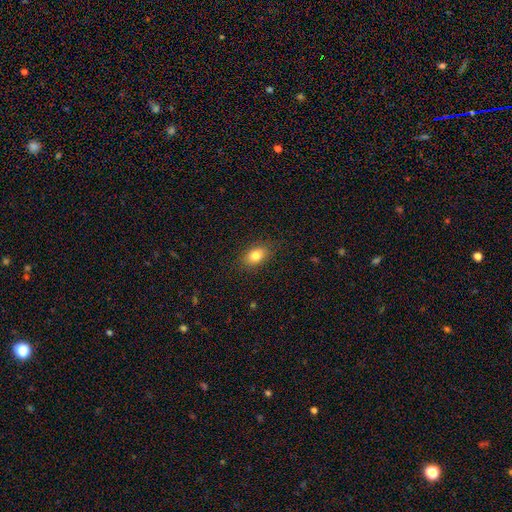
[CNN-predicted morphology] Smooth or featured? Predicted: smooth (p=0.82). How rounded? Predicted: in between (p=0.81). Merging? Predicted: none (p=0.86).